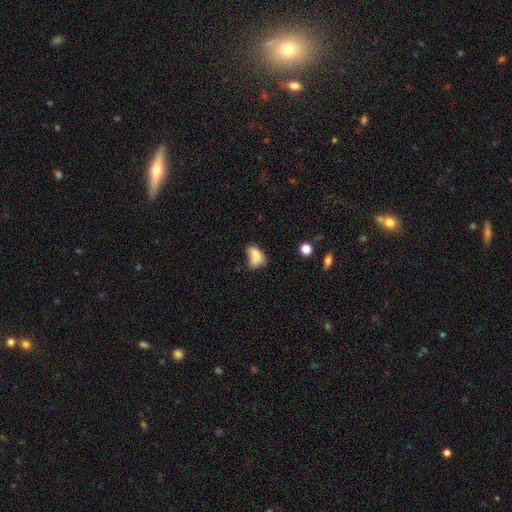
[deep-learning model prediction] smooth_or_featured: smooth (p=0.75) [alt: featured or disk p=0.14]
how_rounded: in between (p=0.84) [alt: round p=0.13]
merging: none (p=0.32) [alt: minor disturbance p=0.30]